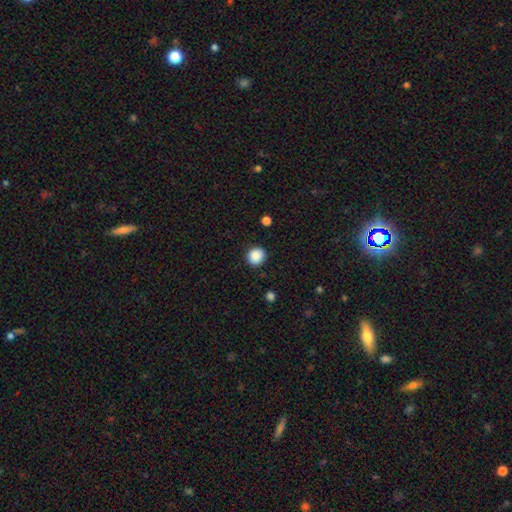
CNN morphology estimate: This appears to be a smooth galaxy with no disk features (88%) that is round (92%). Merging: none (91%).